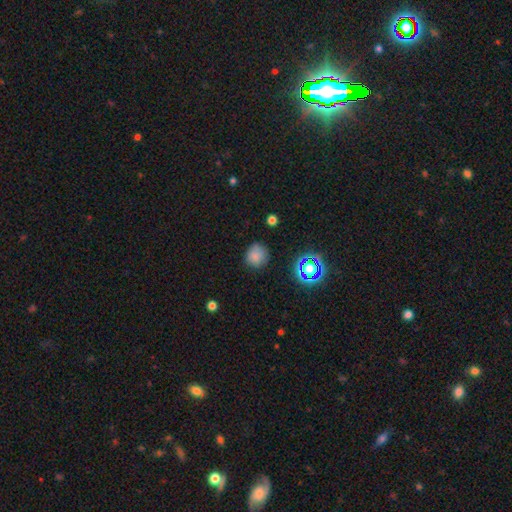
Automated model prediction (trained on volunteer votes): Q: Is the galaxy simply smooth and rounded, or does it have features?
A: smooth — 76%.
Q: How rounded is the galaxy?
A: round — 88%.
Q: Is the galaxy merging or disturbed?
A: none — 79%.